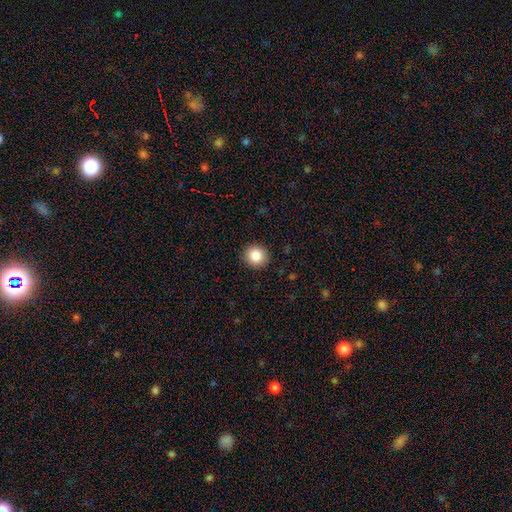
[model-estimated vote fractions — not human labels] The model was most divided on "smooth or featured": smooth: 85%, star or artifact: 9%, featured or disk: 5%. More confident: merging — none (92%); how rounded — round (92%).